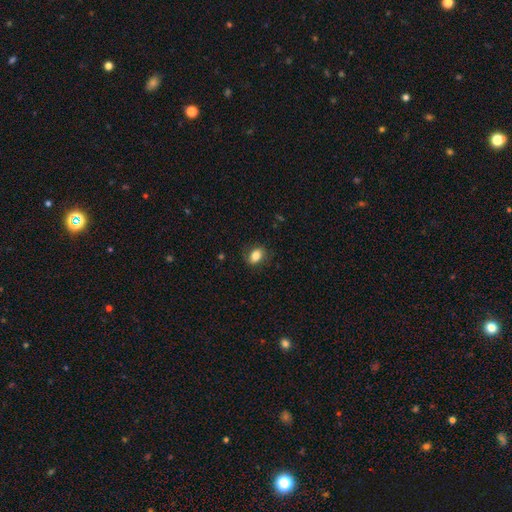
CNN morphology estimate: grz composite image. It shows a smooth galaxy with no disk features (79%) that is in between round and cigar-shaped (76%). Merging: none (77%).